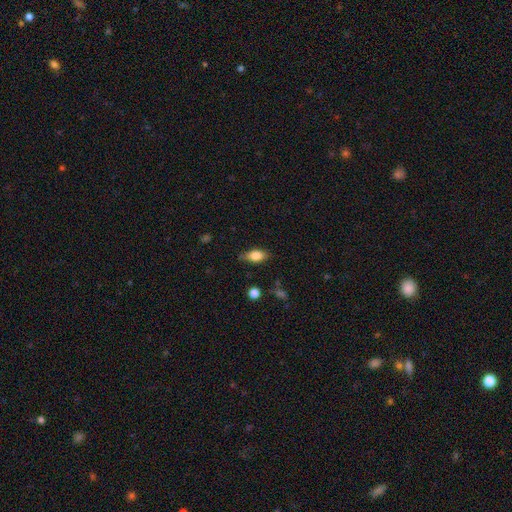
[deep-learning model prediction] Smooth or featured? smooth (81%)
How rounded? in between (85%)
Merging? none (75%)